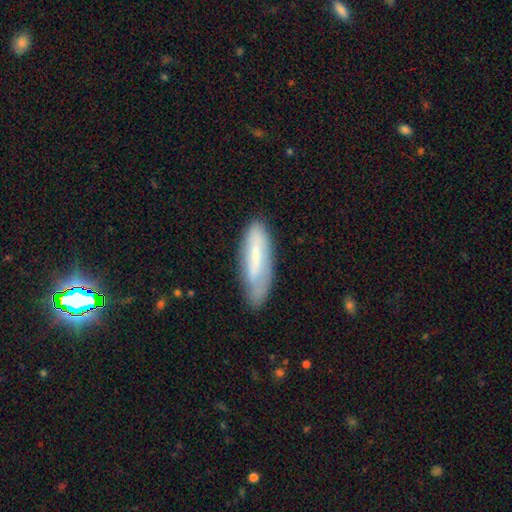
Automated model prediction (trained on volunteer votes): Overall: smooth (59%; featured or disk 34%). How rounded: cigar-shaped (54%; in between 45%). Merging: none (65%; minor disturbance 26%).